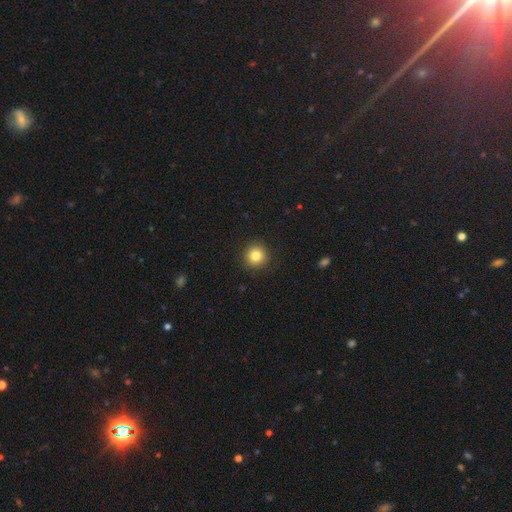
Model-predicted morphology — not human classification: smooth-or-featured: smooth: 84% | star or artifact: 11% | featured or disk: 6%
  how-rounded: round: 94% | in between: 5% | cigar-shaped: 1%
  merging: none: 92% | minor disturbance: 6% | major disturbance: 2% | merger: 1%